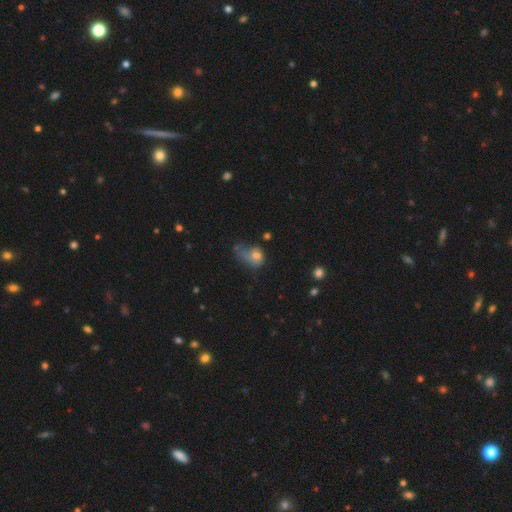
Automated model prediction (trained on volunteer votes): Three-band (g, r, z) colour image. It shows a smooth galaxy with no disk features (69%) that is in between round and cigar-shaped (52%). Merging: major disturbance (47%).